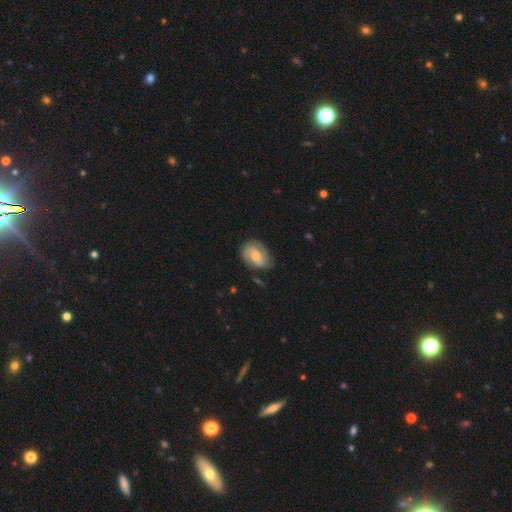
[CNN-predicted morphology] smooth-or-featured: featured or disk: 55% | smooth: 39% | star or artifact: 7%
  disk-edge-on: no: 96% | yes: 4%
    bar: no: 46% | weak: 43% | strong: 11%
    has-spiral-arms: yes: 82% | no: 18%
    bulge-size: moderate: 57% | small: 31% | large: 7% | none: 4% | dominant: 1%
  merging: none: 66% | minor disturbance: 25% | major disturbance: 8% | merger: 2%